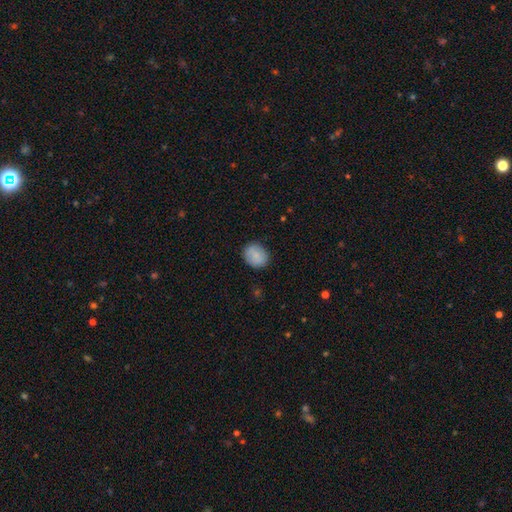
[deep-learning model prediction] Smooth or featured?
  - smooth: 84% *
  - featured or disk: 9%
  - star or artifact: 7%
How rounded?
  - round: 58% *
  - in between: 41%
  - cigar-shaped: 1%
Merging?
  - none: 85% *
  - minor disturbance: 11%
  - major disturbance: 3%
  - merger: 1%